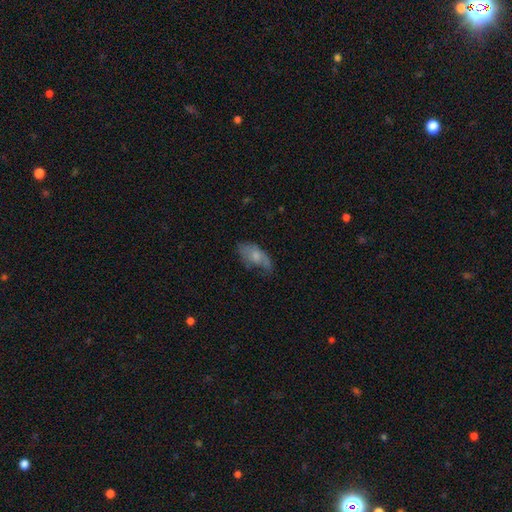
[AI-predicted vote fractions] Smooth or featured: smooth — 55% (featured or disk — 37%)
How rounded: in between — 90% (cigar-shaped — 5%)
Merging: none — 41% (minor disturbance — 33%)